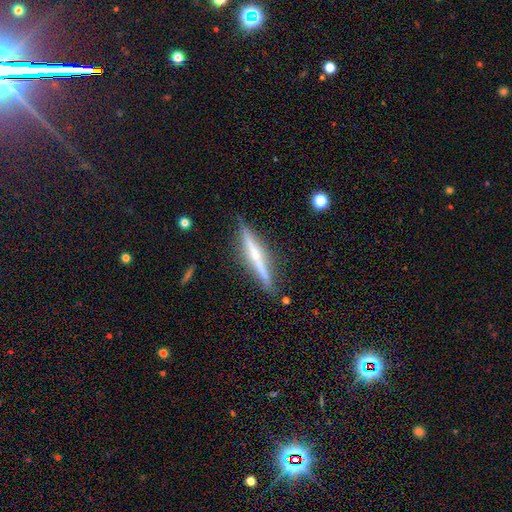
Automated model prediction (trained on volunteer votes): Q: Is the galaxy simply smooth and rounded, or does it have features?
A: featured or disk — 73%.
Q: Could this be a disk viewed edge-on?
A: yes — 97%.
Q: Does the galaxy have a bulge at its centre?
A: rounded — 68%.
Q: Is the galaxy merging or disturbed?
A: none — 88%.